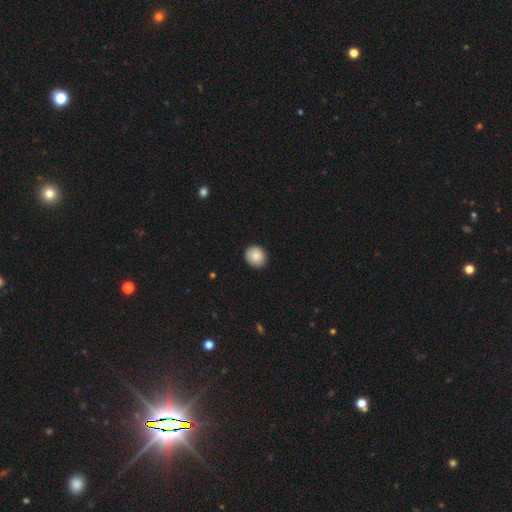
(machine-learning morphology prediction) smooth_or_featured: smooth (p=0.86) [alt: star or artifact p=0.08]
how_rounded: round (p=0.84) [alt: in between p=0.15]
merging: none (p=0.90) [alt: minor disturbance p=0.08]